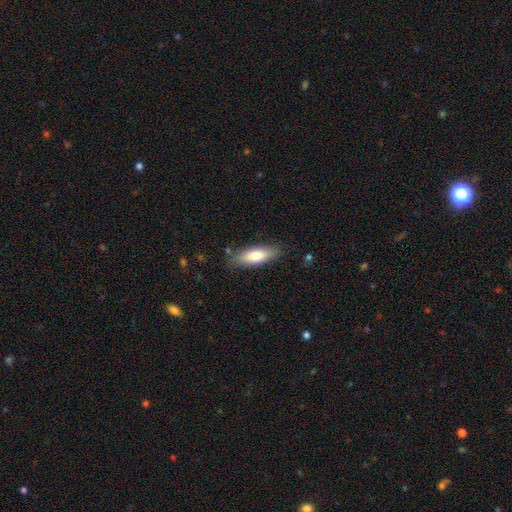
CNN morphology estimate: smooth 76%, featured or disk 18%, star or artifact 6%. Down the decision tree: how rounded — in between (62%); merging — none (82%).